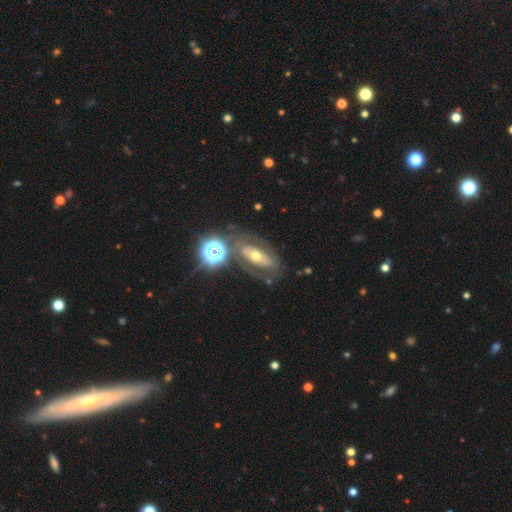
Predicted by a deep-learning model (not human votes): Smooth or featured: featured or disk — 64% (smooth — 23%)
Edge-on disk: no — 86% (yes — 14%)
Bar: no — 60% (strong — 21%)
Spiral arms: no — 57% (yes — 43%)
Bulge size: moderate — 61% (small — 29%)
Merging: none — 65% (minor disturbance — 15%)